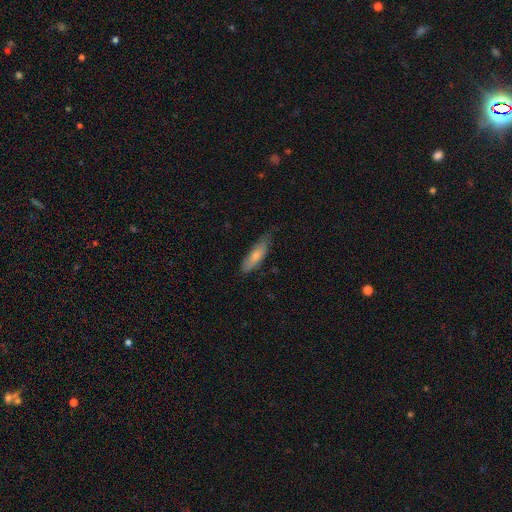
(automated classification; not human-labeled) A smooth galaxy with no disk features (63%) that is cigar-shaped (58%). Merging: none (68%).